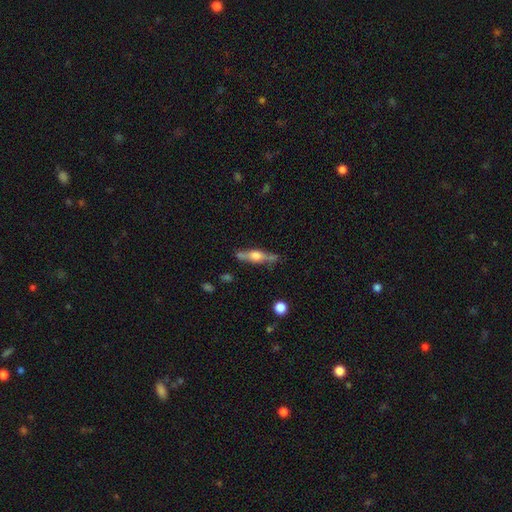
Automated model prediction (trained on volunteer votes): featured or disk 61%, smooth 32%, star or artifact 7%. Down the decision tree: edge-on disk — yes (93%); edge-on bulge — rounded (83%); merging — none (73%).